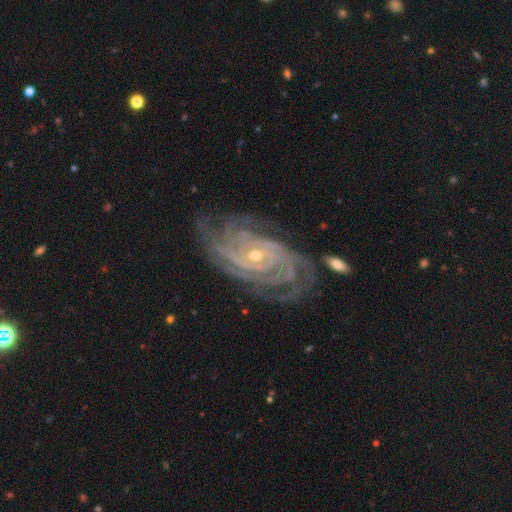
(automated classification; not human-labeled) Overall: featured or disk (92%). Edge-on disk: no (96%). Bar: no (64%; weak 25%). Spiral arms: yes (98%). Spiral arm count: 4 (27%; can't tell 19%). Spiral winding: tight (77%). Bulge size: small (63%; moderate 34%). Merging: none (70%).